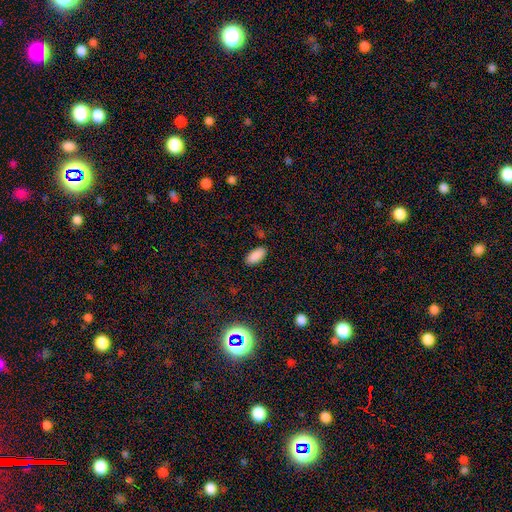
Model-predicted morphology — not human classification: A smooth galaxy with no disk features (87%) that is in between round and cigar-shaped (91%).

Vote fractions:
- Smooth or featured? smooth: 87% / star or artifact: 9% / featured or disk: 4%
- How rounded? in between: 91% / cigar-shaped: 7% / round: 2%
- Merging? none: 86% / minor disturbance: 10% / major disturbance: 2% / merger: 2%